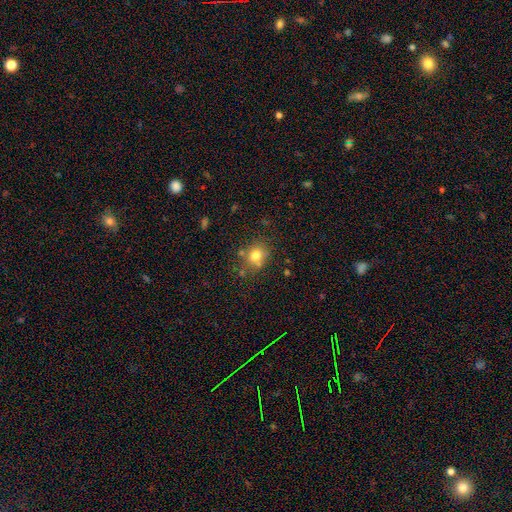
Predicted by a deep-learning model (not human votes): smooth_or_featured: smooth (p=0.77) [alt: star or artifact p=0.13]
how_rounded: round (p=0.72) [alt: in between p=0.27]
merging: none (p=0.71) [alt: minor disturbance p=0.14]